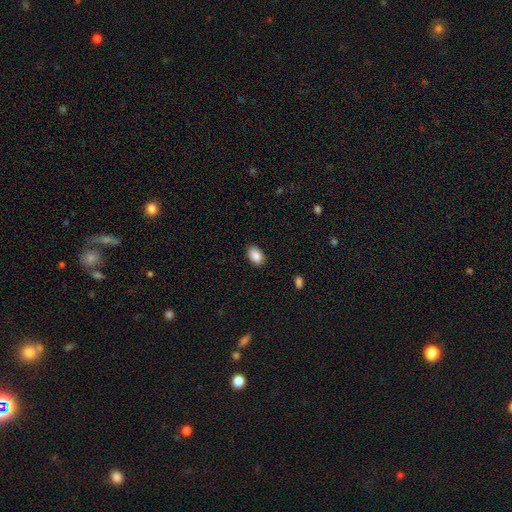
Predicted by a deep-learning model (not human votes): Smooth or featured: smooth — 89% (star or artifact — 7%)
How rounded: in between — 90% (round — 9%)
Merging: none — 87% (minor disturbance — 10%)